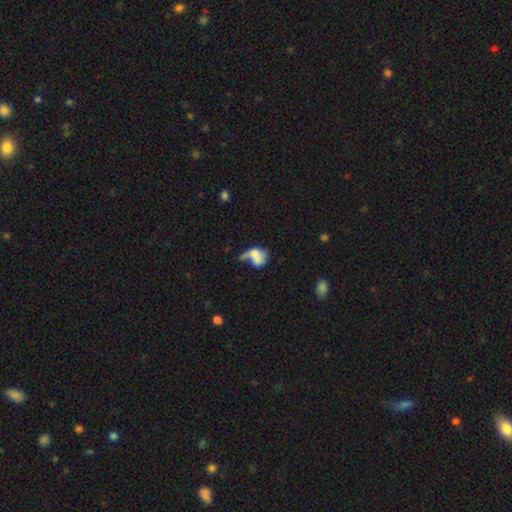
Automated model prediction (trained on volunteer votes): Smooth or featured?
  - smooth: 57% *
  - featured or disk: 32%
  - star or artifact: 11%
How rounded?
  - in between: 68% *
  - round: 29%
  - cigar-shaped: 3%
Merging?
  - major disturbance: 32% * (tied)
  - merger: 32% * (tied)
  - none: 21%
  - minor disturbance: 16%